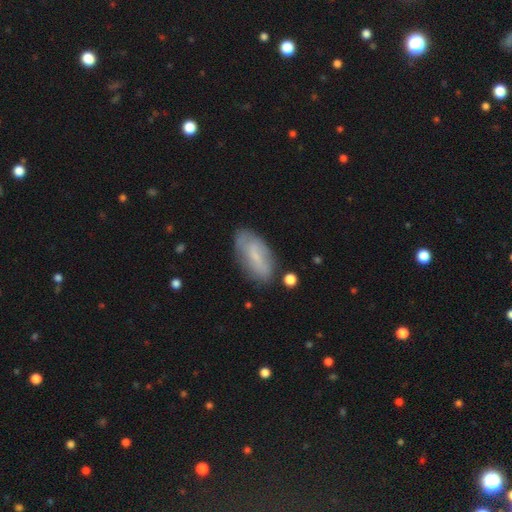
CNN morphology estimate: Smooth or featured?
  - smooth: 57% *
  - featured or disk: 36%
  - star or artifact: 7%
How rounded?
  - in between: 84% *
  - cigar-shaped: 13%
  - round: 2%
Merging?
  - none: 71% *
  - minor disturbance: 20%
  - major disturbance: 6%
  - merger: 3%